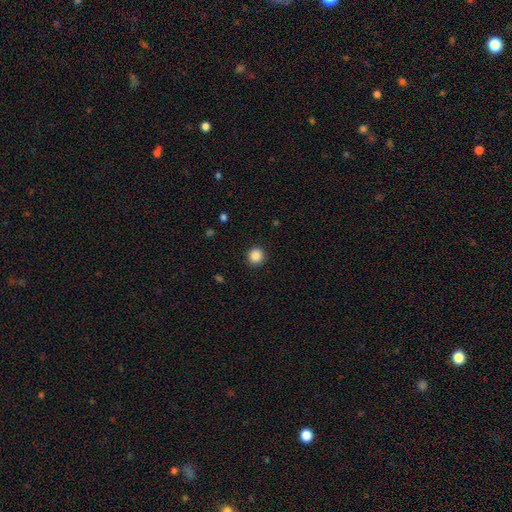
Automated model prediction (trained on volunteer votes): smooth-or-featured: smooth: 87% | star or artifact: 10% | featured or disk: 3%
  how-rounded: round: 93% | in between: 6% | cigar-shaped: 1%
  merging: none: 91% | minor disturbance: 6% | major disturbance: 2% | merger: 1%